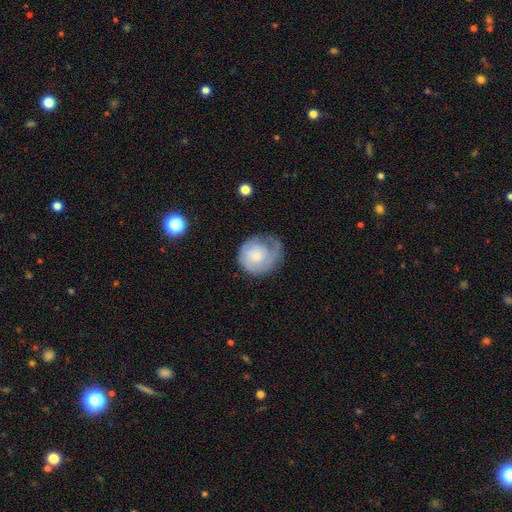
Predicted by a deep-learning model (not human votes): Smooth or featured? Predicted: smooth (p=0.47, tied with featured or disk). Merging? Predicted: none (p=0.49).